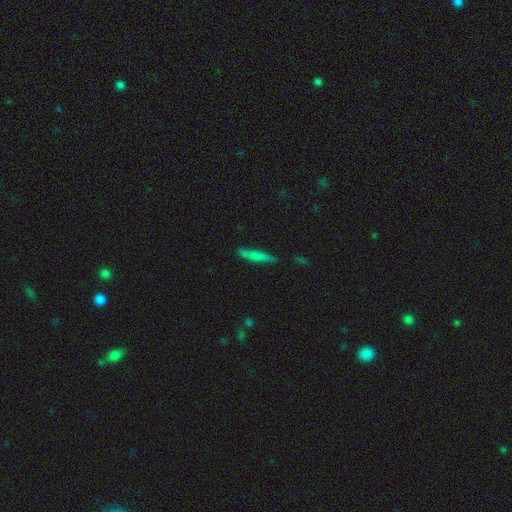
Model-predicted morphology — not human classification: The model was most divided on "smooth or featured": smooth: 67%, featured or disk: 26%, star or artifact: 7%. More confident: how rounded — cigar-shaped (91%); merging — none (77%).